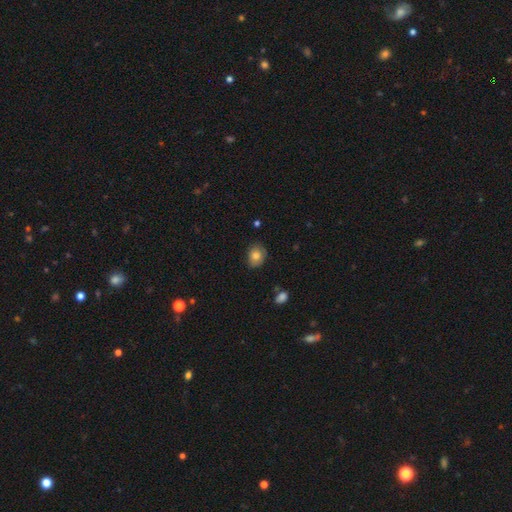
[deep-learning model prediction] A smooth galaxy with no disk features (81%) that is in between round and cigar-shaped (52%).

Vote fractions:
- Smooth or featured? smooth: 81% / featured or disk: 10% / star or artifact: 9%
- How rounded? in between: 52% / round: 47% / cigar-shaped: 1%
- Merging? none: 77% / minor disturbance: 19% / major disturbance: 3% / merger: 2%